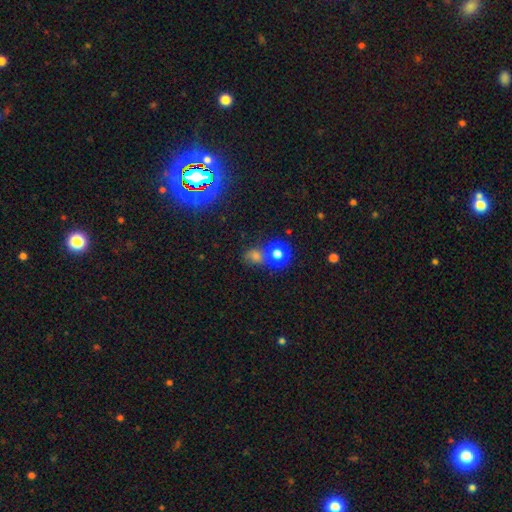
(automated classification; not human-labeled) The model was most divided on "merging": none: 55%, merger: 27%, minor disturbance: 12%, major disturbance: 6%. More confident: how rounded — round (72%); smooth or featured — smooth (63%).